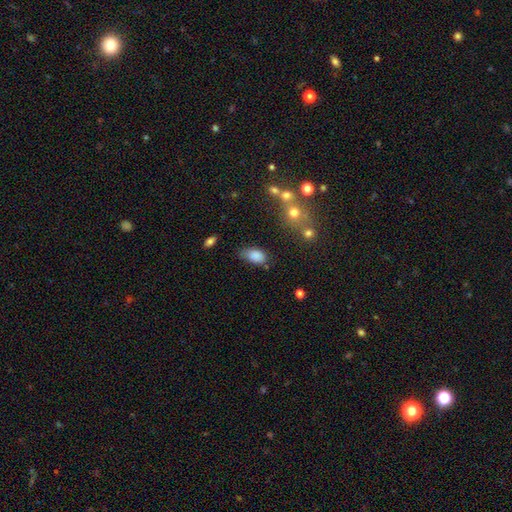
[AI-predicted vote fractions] A smooth galaxy with no disk features (84%) that is in between round and cigar-shaped (91%).

Vote fractions:
- Smooth or featured? smooth: 84% / star or artifact: 9% / featured or disk: 7%
- How rounded? in between: 91% / round: 6% / cigar-shaped: 2%
- Merging? none: 52% / minor disturbance: 34% / major disturbance: 9% / merger: 4%